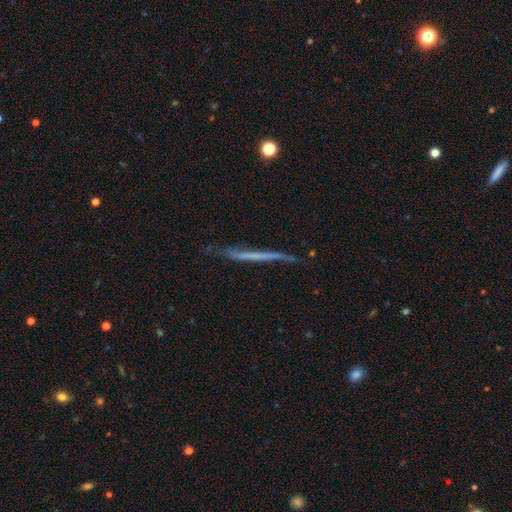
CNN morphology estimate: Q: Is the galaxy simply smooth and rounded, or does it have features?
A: featured or disk — 58%.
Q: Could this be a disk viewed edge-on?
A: yes — 93%.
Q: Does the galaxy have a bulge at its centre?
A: none — 91%.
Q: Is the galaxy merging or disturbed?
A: none — 75%.